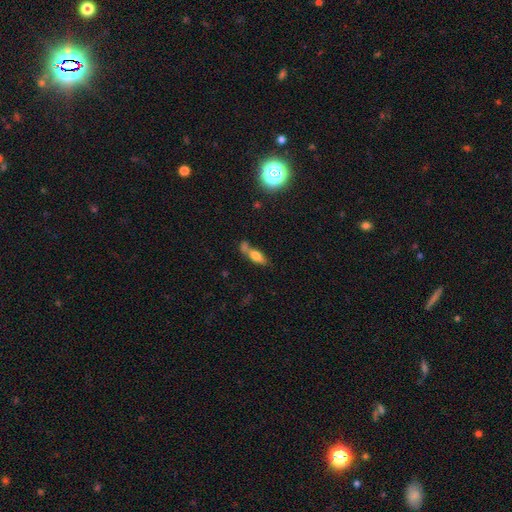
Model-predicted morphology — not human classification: Smooth or featured: smooth — 66% (featured or disk — 24%)
How rounded: in between — 66% (cigar-shaped — 30%)
Merging: none — 41% (merger — 38%)